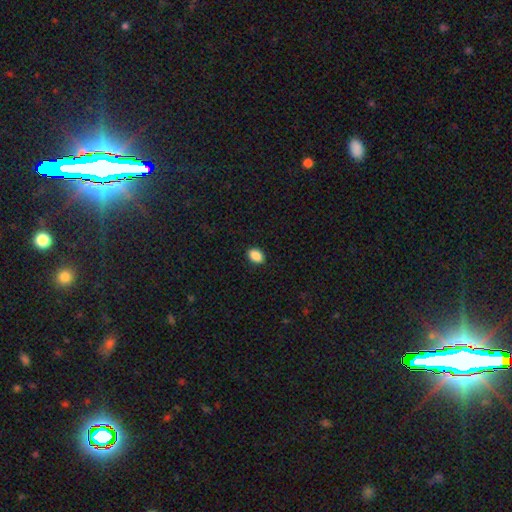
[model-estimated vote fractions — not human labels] Smooth or featured: smooth — 89% (star or artifact — 8%)
How rounded: in between — 81% (round — 18%)
Merging: none — 91% (minor disturbance — 7%)